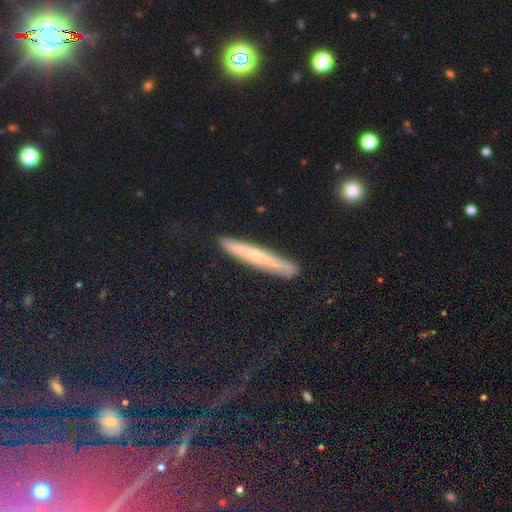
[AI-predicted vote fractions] Smooth or featured: featured or disk — 51% (smooth — 37%)
Edge-on disk: yes — 91% (no — 9%)
Merging: none — 88% (minor disturbance — 9%)